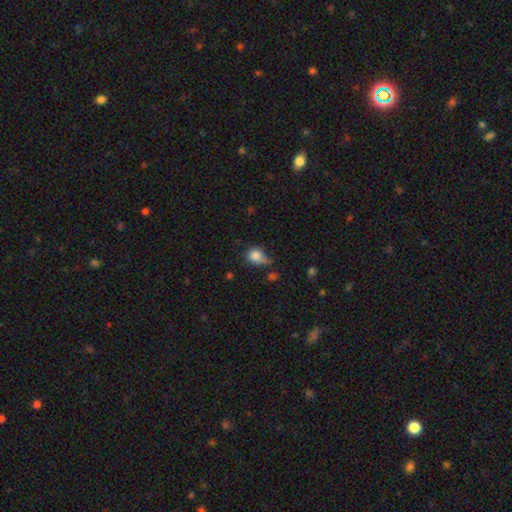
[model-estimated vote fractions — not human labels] Smooth or featured: smooth — 81% (star or artifact — 10%)
How rounded: round — 66% (in between — 32%)
Merging: none — 38% (minor disturbance — 34%)